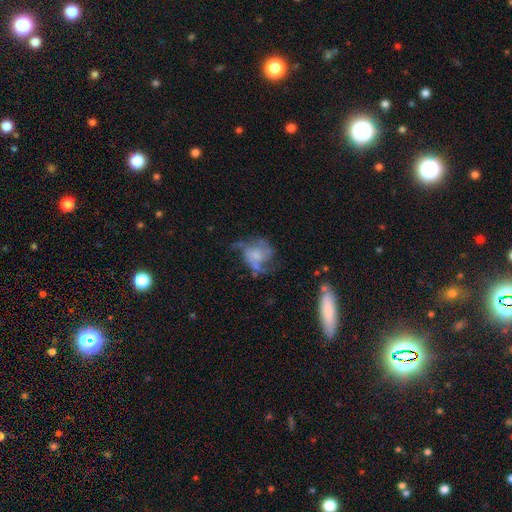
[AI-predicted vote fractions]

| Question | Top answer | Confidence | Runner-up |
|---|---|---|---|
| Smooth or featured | featured or disk | 63% | smooth (29%) |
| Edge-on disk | no | 98% | yes (2%) |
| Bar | no | 73% | weak (23%) |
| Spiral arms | yes | 81% | no (19%) |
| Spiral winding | medium | 43% | loose (39%) |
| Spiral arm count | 2 | 58% | can't tell (17%) |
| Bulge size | small | 33% | none (29%) |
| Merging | none | 42% | major disturbance (30%) |